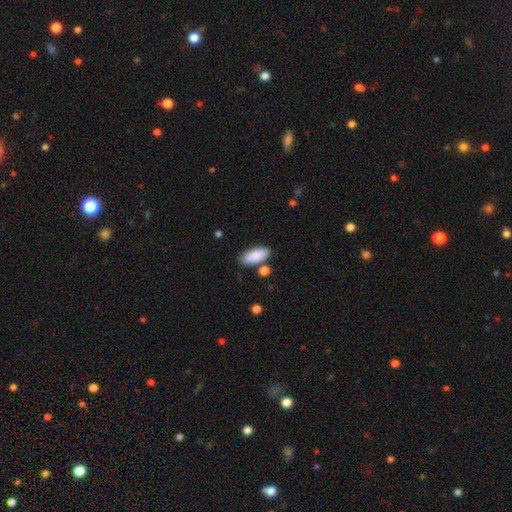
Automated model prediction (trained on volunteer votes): Smooth or featured? smooth (85%)
How rounded? in between (87%)
Merging? none (71%)